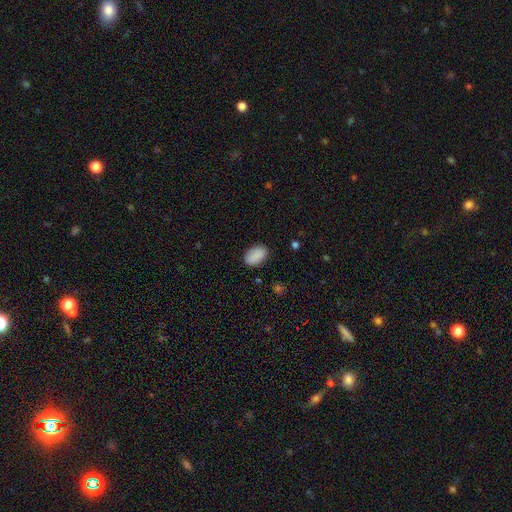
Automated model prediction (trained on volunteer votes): A smooth galaxy with no disk features (90%) that is in between round and cigar-shaped (92%).

Vote fractions:
- Smooth or featured? smooth: 90% / star or artifact: 7% / featured or disk: 3%
- How rounded? in between: 92% / round: 7% / cigar-shaped: 1%
- Merging? none: 86% / minor disturbance: 10% / major disturbance: 2% / merger: 1%